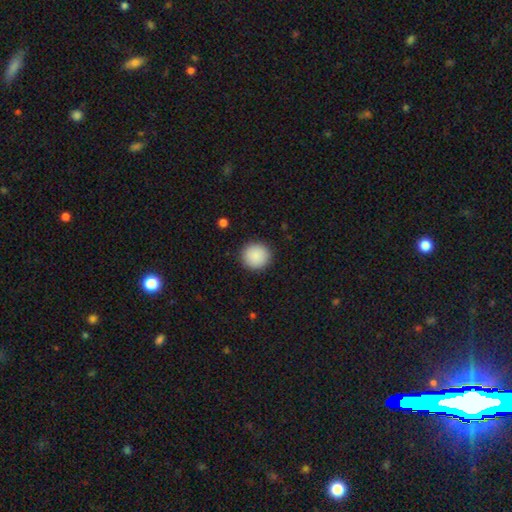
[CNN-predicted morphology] smooth_or_featured: smooth (p=0.90) [alt: star or artifact p=0.07]
how_rounded: round (p=0.94) [alt: in between p=0.05]
merging: none (p=0.92) [alt: minor disturbance p=0.05]